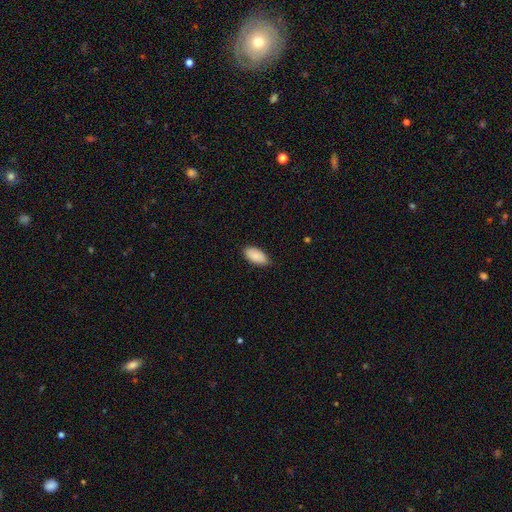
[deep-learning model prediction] A smooth galaxy with no disk features (86%) that is in between round and cigar-shaped (94%).

Vote fractions:
- Smooth or featured? smooth: 86% / featured or disk: 8% / star or artifact: 6%
- How rounded? in between: 94% / cigar-shaped: 4% / round: 2%
- Merging? none: 82% / minor disturbance: 15% / major disturbance: 2% / merger: 1%